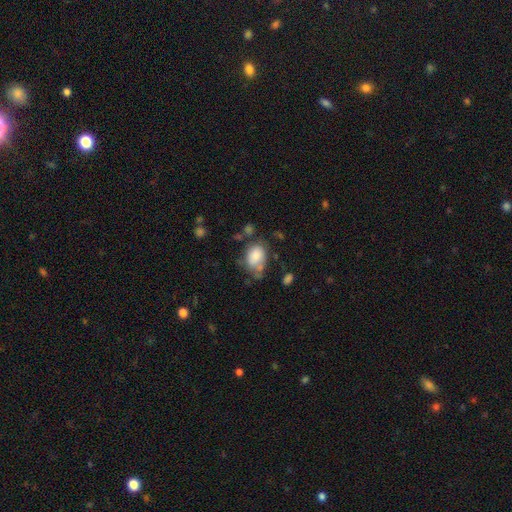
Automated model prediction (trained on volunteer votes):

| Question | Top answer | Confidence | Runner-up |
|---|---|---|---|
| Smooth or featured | smooth | 78% | featured or disk (14%) |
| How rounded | in between | 76% | round (23%) |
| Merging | none | 42% | minor disturbance (31%) |